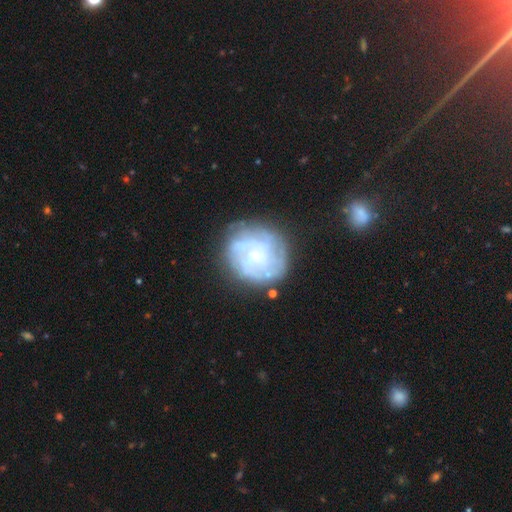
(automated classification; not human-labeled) A featured or disk galaxy (69%) with no bar (72%), tight (59%) spiral arms (79%) and a small central bulge (62%). Merging: none (70%).